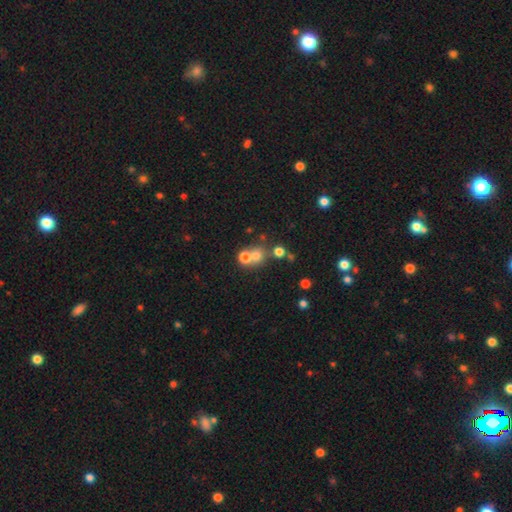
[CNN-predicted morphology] A smooth galaxy with no disk features (68%) that is round (83%). Merging: none (49%).